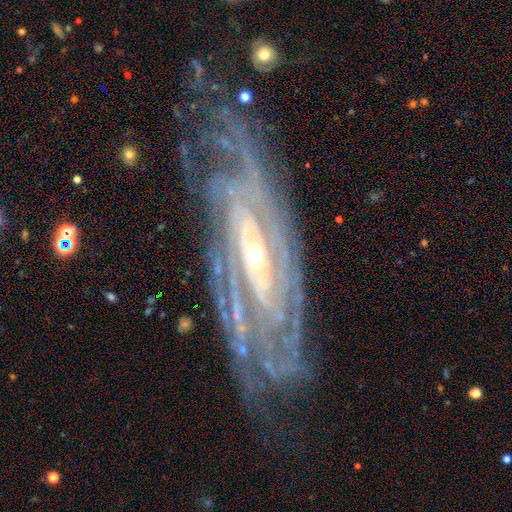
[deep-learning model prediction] A featured or disk galaxy (91%) with no bar (57%), 2 (29%) tight (70%) spiral arms (97%) and a small central bulge (50%).

Vote fractions:
- Smooth or featured? featured or disk: 91% / star or artifact: 5% / smooth: 4%
- Edge-on disk? no: 90% / yes: 10%
- Bar? no: 57% / weak: 25% / strong: 18%
- Spiral arms? yes: 97% / no: 3%
- Spiral winding? tight: 70% / medium: 24% / loose: 6%
- Spiral arm count? 2: 29% / can't tell: 25% / 3: 17% / 4: 12% / more than 4: 10% / 1: 8%
- Bulge size? small: 50% / moderate: 46% / large: 2% / none: 1% / dominant: 1%
- Merging? none: 68% / minor disturbance: 19% / major disturbance: 10% / merger: 2%